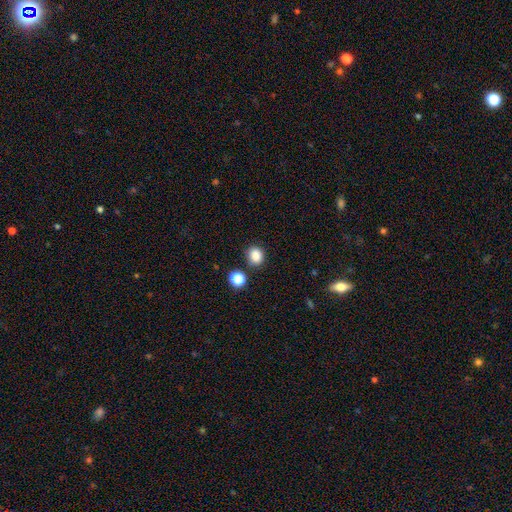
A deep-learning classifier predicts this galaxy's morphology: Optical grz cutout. It shows a smooth galaxy with no disk features (85%) that is round (68%). Merging: none (81%).